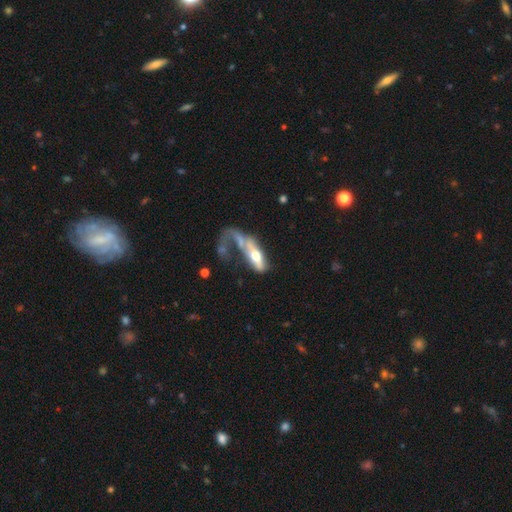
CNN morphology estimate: Overall: featured or disk (49%; smooth 44%). Merging: major disturbance (47%; merger 28%).